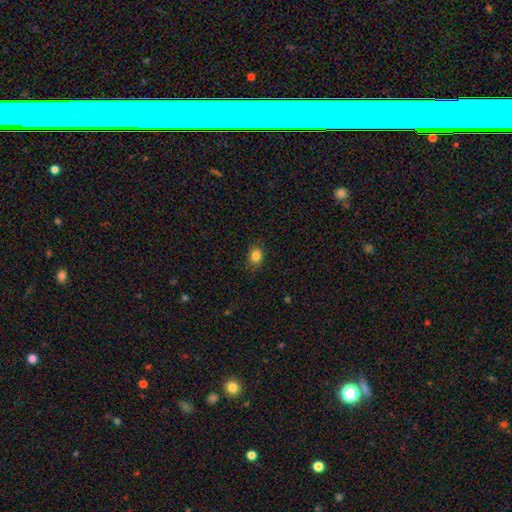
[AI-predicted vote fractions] A smooth galaxy with no disk features (84%) that is round (54%). Merging: none (84%).